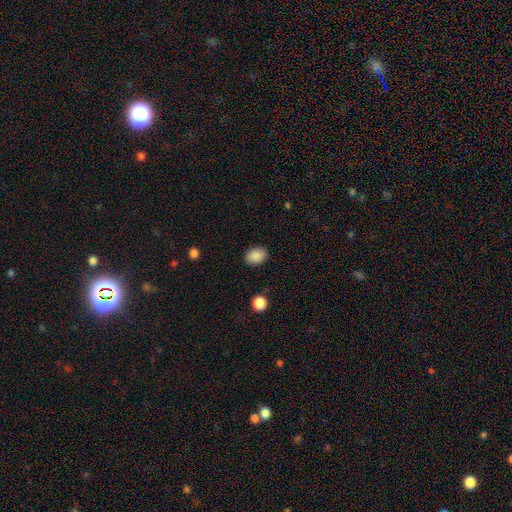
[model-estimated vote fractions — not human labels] smooth-or-featured: smooth: 88% | star or artifact: 8% | featured or disk: 4%
  how-rounded: in between: 74% | round: 25% | cigar-shaped: 1%
  merging: none: 87% | minor disturbance: 10% | major disturbance: 3% | merger: 1%